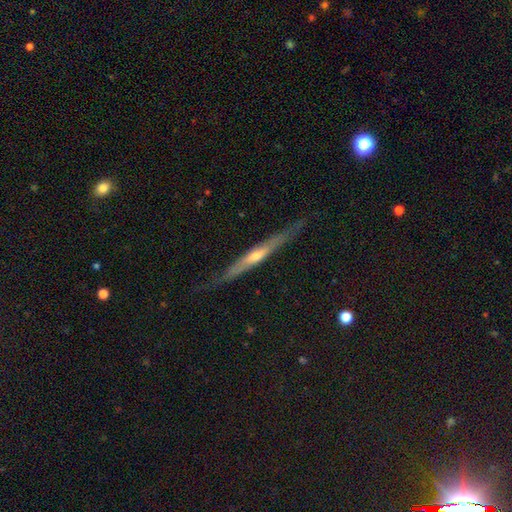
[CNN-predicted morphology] Smooth or featured?
  - featured or disk: 70% *
  - smooth: 24%
  - star or artifact: 6%
Edge-on disk?
  - yes: 93% *
  - no: 7%
Edge-on bulge?
  - rounded: 63% *
  - none: 31%
  - boxy: 6%
Merging?
  - none: 80% *
  - minor disturbance: 15%
  - major disturbance: 4%
  - merger: 1%